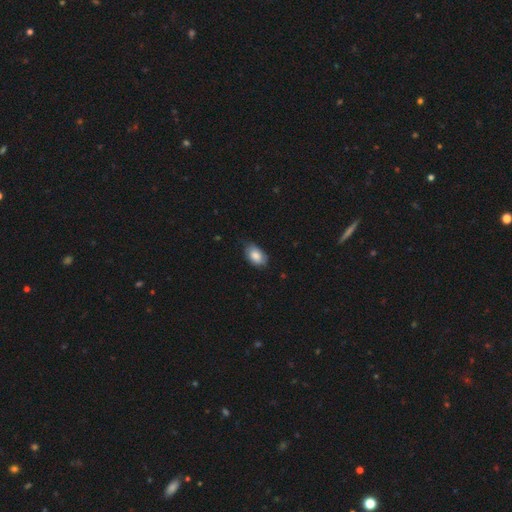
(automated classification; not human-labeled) Smooth or featured: smooth — 82% (featured or disk — 12%)
How rounded: in between — 91% (round — 7%)
Merging: none — 70% (minor disturbance — 26%)